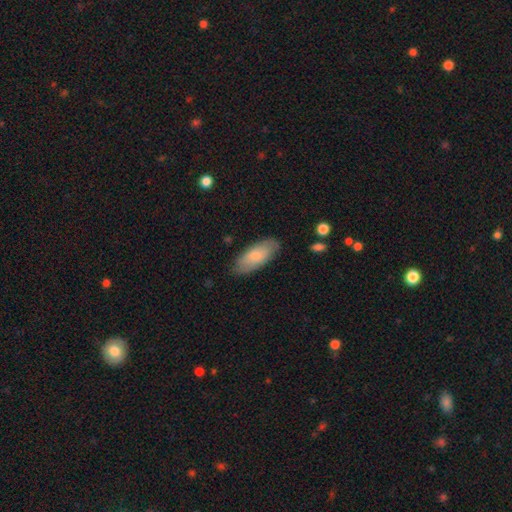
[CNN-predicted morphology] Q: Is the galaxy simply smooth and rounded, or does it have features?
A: smooth — 75%.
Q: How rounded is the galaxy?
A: in between — 84%.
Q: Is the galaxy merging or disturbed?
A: none — 82%.